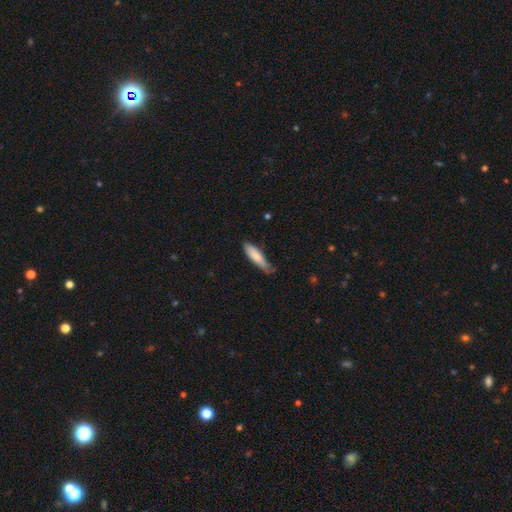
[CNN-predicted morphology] The model was most divided on "merging": none: 60%, minor disturbance: 33%, major disturbance: 5%, merger: 2%. More confident: smooth or featured — smooth (79%); how rounded — cigar-shaped (70%).